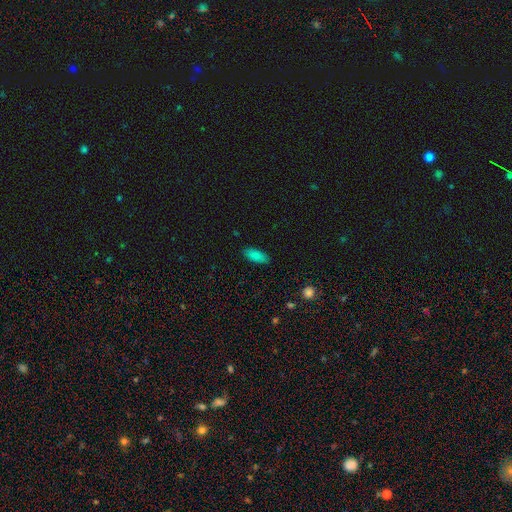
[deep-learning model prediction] Smooth or featured?
  - smooth: 86% *
  - star or artifact: 8%
  - featured or disk: 6%
How rounded?
  - in between: 79% *
  - cigar-shaped: 19%
  - round: 2%
Merging?
  - none: 88% *
  - minor disturbance: 9%
  - major disturbance: 2%
  - merger: 1%